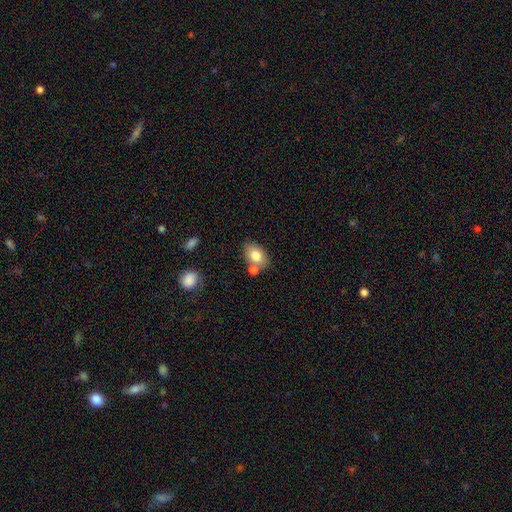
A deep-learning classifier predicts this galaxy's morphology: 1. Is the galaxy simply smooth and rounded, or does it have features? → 80% smooth, 13% featured or disk, 8% star or artifact.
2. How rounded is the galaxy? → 81% in between, 18% round, 1% cigar-shaped.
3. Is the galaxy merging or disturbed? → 62% none, 20% merger, 14% minor disturbance, 4% major disturbance.